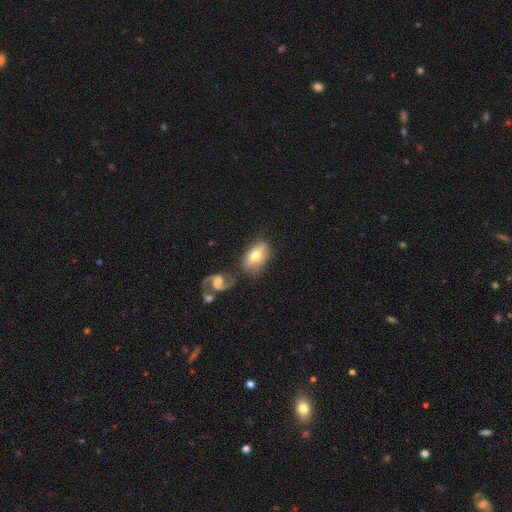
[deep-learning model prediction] A smooth galaxy with no disk features (59%) that is in between round and cigar-shaped (87%).

Vote fractions:
- Smooth or featured? smooth: 59% / featured or disk: 35% / star or artifact: 6%
- How rounded? in between: 87% / round: 9% / cigar-shaped: 4%
- Merging? none: 57% / minor disturbance: 19% / merger: 16% / major disturbance: 8%